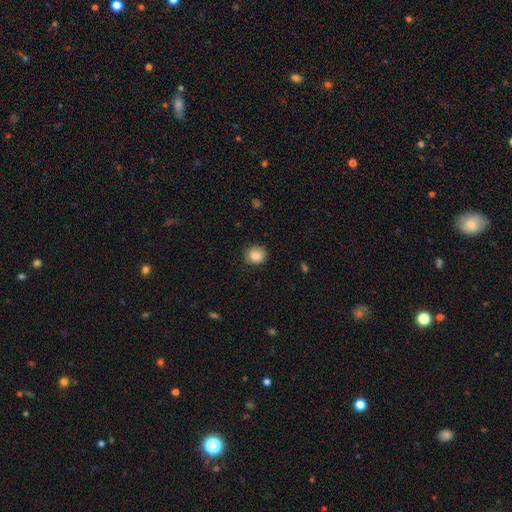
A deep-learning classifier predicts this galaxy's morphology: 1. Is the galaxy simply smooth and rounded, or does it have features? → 85% smooth, 9% star or artifact, 6% featured or disk.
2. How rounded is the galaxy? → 84% round, 15% in between, 1% cigar-shaped.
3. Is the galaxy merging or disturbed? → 84% none, 12% minor disturbance, 3% major disturbance, 1% merger.